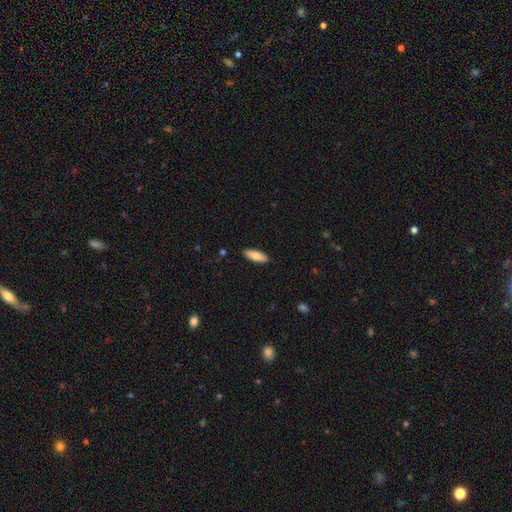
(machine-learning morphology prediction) This is clearly a smooth galaxy (83%). How rounded: likely in between (67%). Merging: clearly none (90%).